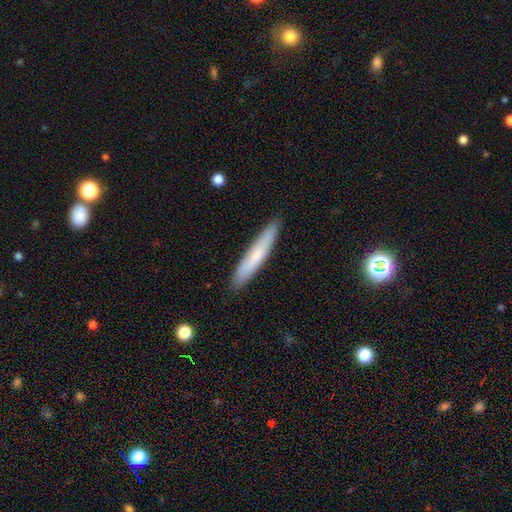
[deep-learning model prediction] This is likely a smooth galaxy (66%). How rounded: clearly cigar-shaped (93%). Merging: clearly none (90%).